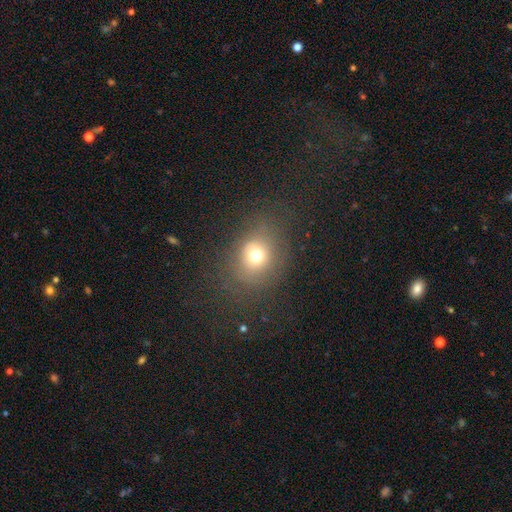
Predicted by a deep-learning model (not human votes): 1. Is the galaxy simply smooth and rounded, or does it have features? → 68% smooth, 19% star or artifact, 14% featured or disk.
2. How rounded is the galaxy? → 69% round, 30% in between, 1% cigar-shaped.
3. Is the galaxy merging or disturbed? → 73% none, 14% minor disturbance, 11% major disturbance, 1% merger.